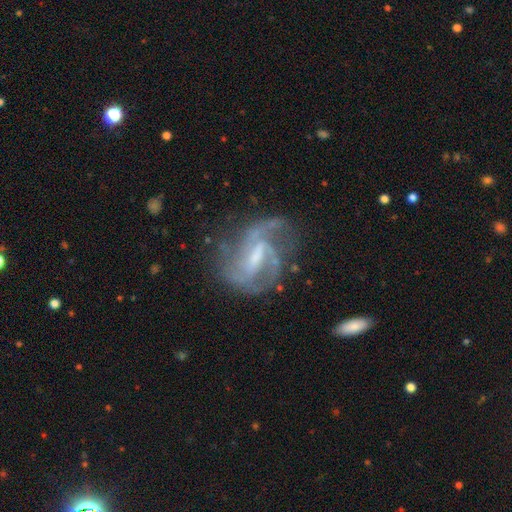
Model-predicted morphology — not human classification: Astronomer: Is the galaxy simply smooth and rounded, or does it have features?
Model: featured or disk — 86%.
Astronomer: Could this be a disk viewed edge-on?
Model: no — 97%.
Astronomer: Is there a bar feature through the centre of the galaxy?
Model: weak — 48% (runner-up: strong, 39%).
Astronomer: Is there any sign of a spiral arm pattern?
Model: yes — 94%.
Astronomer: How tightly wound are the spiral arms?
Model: medium — 49% (runner-up: tight, 28%).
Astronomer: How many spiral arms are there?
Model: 2 — 39% (runner-up: 3, 27%).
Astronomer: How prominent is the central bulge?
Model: small — 39% (runner-up: moderate, 33%).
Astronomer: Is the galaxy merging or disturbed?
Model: none — 56%.